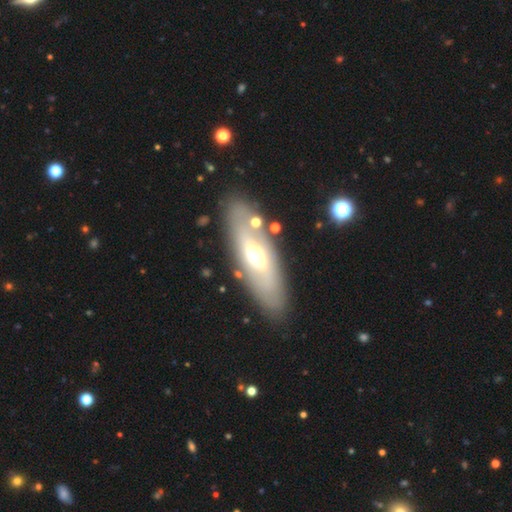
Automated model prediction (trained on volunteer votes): Smooth or featured: featured or disk — 51% (smooth — 42%)
Edge-on disk: no — 69% (yes — 31%)
Merging: none — 81% (minor disturbance — 11%)